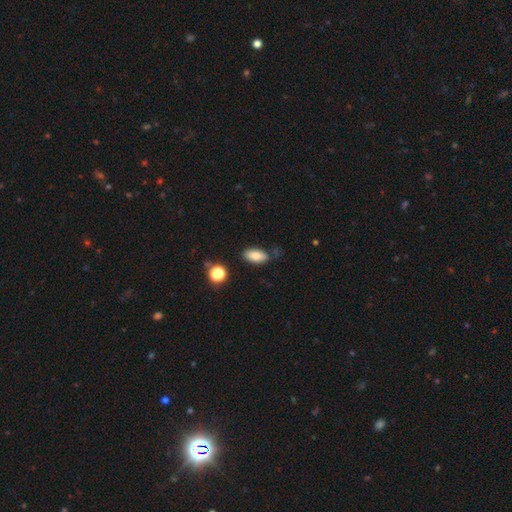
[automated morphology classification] Smooth or featured? smooth (82%)
How rounded? in between (90%)
Merging? none (74%)